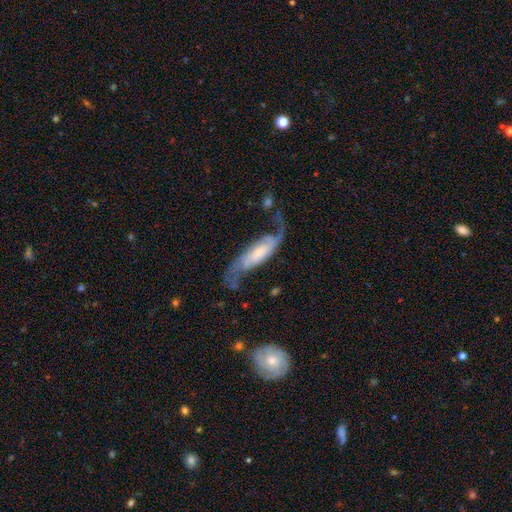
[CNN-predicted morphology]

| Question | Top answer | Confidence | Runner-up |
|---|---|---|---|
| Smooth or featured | featured or disk | 79% | smooth (14%) |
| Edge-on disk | no | 83% | yes (17%) |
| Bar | no | 43% | weak (37%) |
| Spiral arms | yes | 95% | no (5%) |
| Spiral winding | loose | 58% | medium (30%) |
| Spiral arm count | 2 | 88% | can't tell (5%) |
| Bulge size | small | 37% | moderate (35%) |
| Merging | none | 54% | major disturbance (21%) |